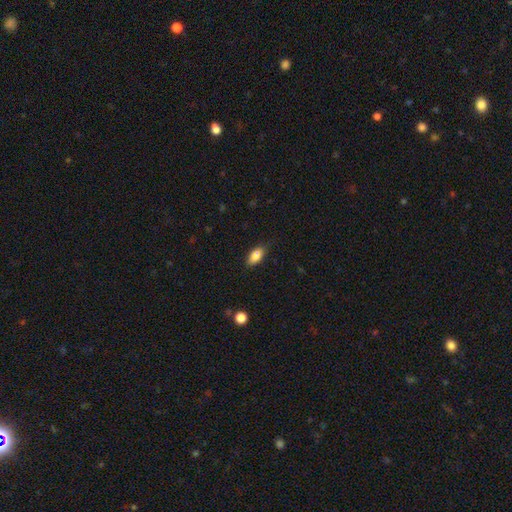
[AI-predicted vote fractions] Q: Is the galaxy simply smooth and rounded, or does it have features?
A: smooth — 84%.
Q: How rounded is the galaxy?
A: in between — 90%.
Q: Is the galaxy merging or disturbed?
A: none — 82%.